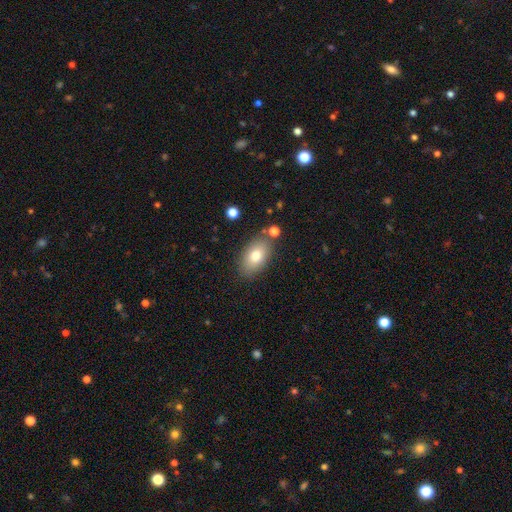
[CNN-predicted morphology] smooth_or_featured: smooth (p=0.77) [alt: featured or disk p=0.15]
how_rounded: in between (p=0.91) [alt: round p=0.07]
merging: none (p=0.79) [alt: minor disturbance p=0.12]